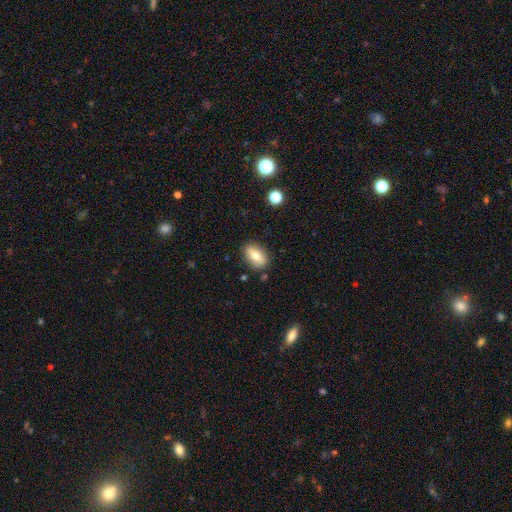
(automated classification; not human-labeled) smooth 72%, featured or disk 20%, star or artifact 8%. Down the decision tree: how rounded — in between (85%); merging — none (82%).